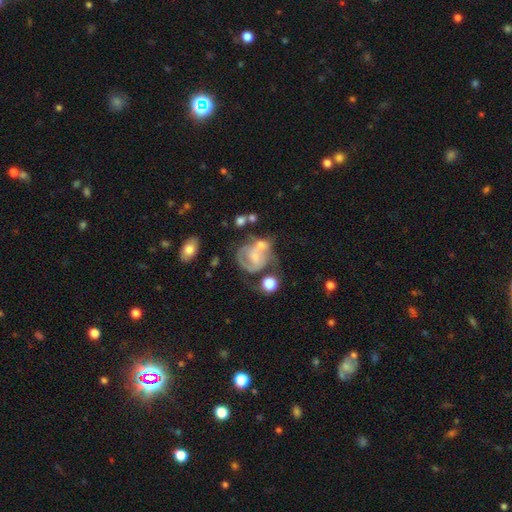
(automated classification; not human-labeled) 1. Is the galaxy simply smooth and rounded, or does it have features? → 69% featured or disk, 23% smooth, 8% star or artifact.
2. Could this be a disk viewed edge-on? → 98% no, 2% yes.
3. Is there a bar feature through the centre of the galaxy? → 52% no, 37% weak, 11% strong.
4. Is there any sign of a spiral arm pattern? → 80% yes, 20% no.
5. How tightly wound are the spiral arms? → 43% medium, 37% tight, 20% loose.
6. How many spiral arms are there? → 52% 2, 22% can't tell, 13% 1, 9% 3, 2% 4, 2% more than 4.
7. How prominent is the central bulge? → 55% small, 30% moderate, 11% none, 3% large, 1% dominant.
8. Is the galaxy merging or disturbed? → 31% none (tied), 31% merger (tied), 20% major disturbance, 18% minor disturbance.